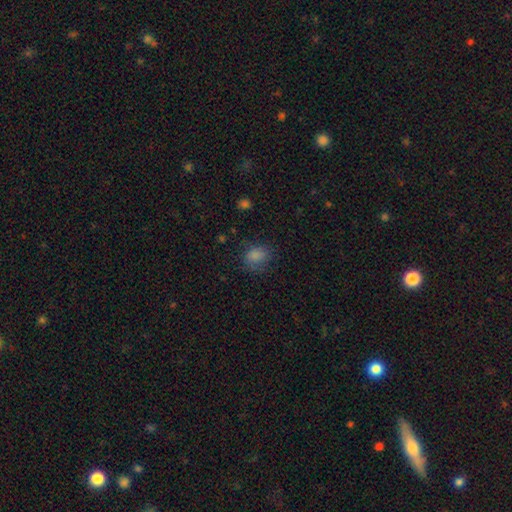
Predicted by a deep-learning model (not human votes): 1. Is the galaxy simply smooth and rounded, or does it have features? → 83% smooth, 11% star or artifact, 6% featured or disk.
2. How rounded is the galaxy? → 60% in between, 39% round, 1% cigar-shaped.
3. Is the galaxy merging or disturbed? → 71% none, 20% minor disturbance, 8% major disturbance, 1% merger.